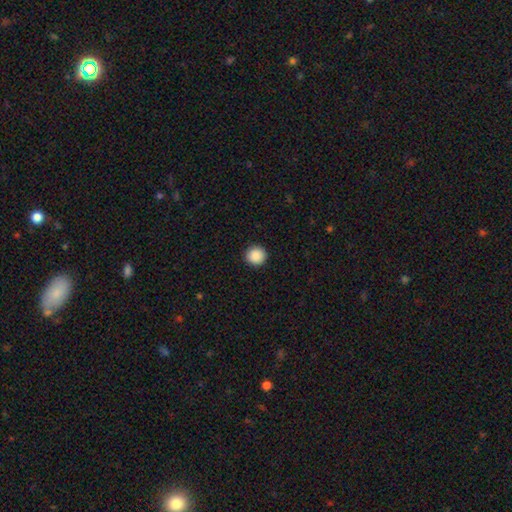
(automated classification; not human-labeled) Smooth or featured: smooth — 89% (star or artifact — 9%)
How rounded: round — 93% (in between — 6%)
Merging: none — 93% (minor disturbance — 5%)